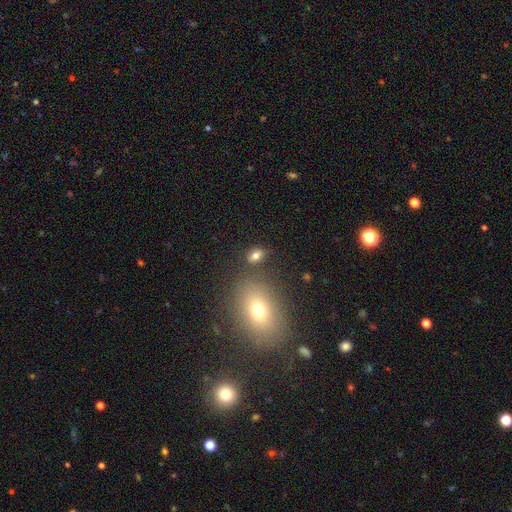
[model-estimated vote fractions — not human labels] smooth_or_featured: smooth (p=0.75) [alt: star or artifact p=0.14]
how_rounded: in between (p=0.76) [alt: round p=0.21]
merging: none (p=0.71) [alt: minor disturbance p=0.14]